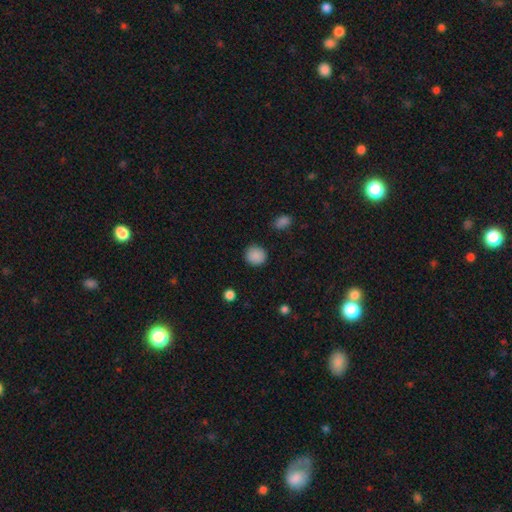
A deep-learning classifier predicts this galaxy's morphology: smooth_or_featured: smooth (p=0.88) [alt: star or artifact p=0.09]
how_rounded: round (p=0.87) [alt: in between p=0.12]
merging: none (p=0.89) [alt: minor disturbance p=0.07]